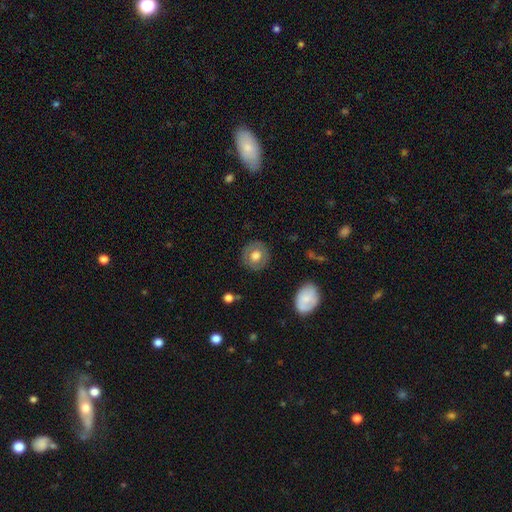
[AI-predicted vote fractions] Smooth or featured: smooth — 66% (featured or disk — 27%)
How rounded: round — 85% (in between — 14%)
Merging: none — 86% (minor disturbance — 10%)